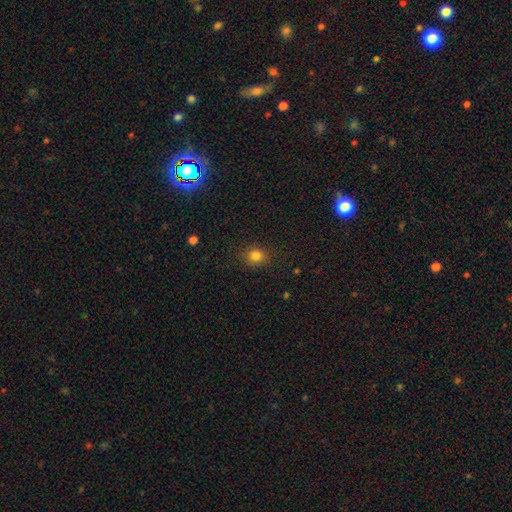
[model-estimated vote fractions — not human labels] Smooth or featured?
  - smooth: 82% *
  - star or artifact: 13%
  - featured or disk: 5%
How rounded?
  - round: 79% *
  - in between: 20%
  - cigar-shaped: 1%
Merging?
  - none: 87% *
  - minor disturbance: 9%
  - major disturbance: 3%
  - merger: 1%